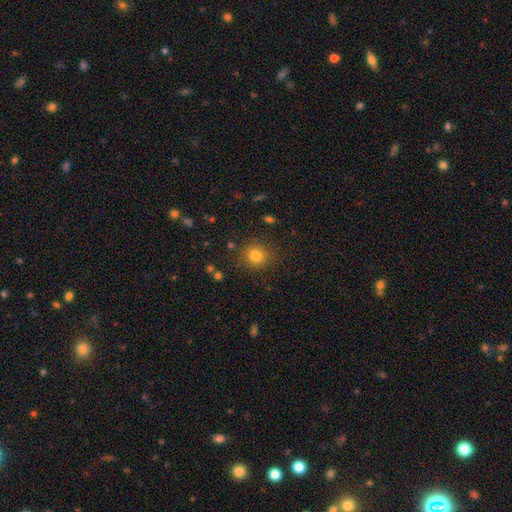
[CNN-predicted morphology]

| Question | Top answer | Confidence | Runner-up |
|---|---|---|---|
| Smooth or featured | smooth | 79% | star or artifact (14%) |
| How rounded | round | 87% | in between (13%) |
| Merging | none | 85% | minor disturbance (9%) |